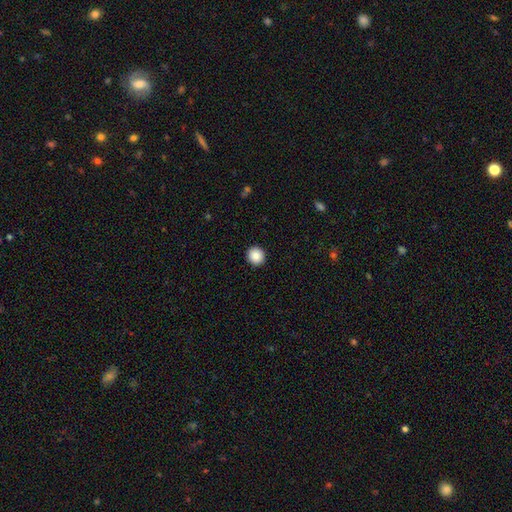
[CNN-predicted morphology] Smooth or featured? smooth (87%)
How rounded? round (93%)
Merging? none (93%)